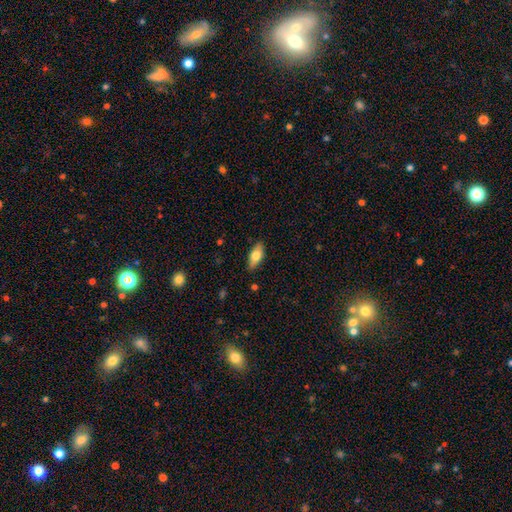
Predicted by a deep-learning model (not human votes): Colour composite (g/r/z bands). It shows a smooth galaxy with no disk features (73%) that is in between round and cigar-shaped (82%). Merging: none (86%).